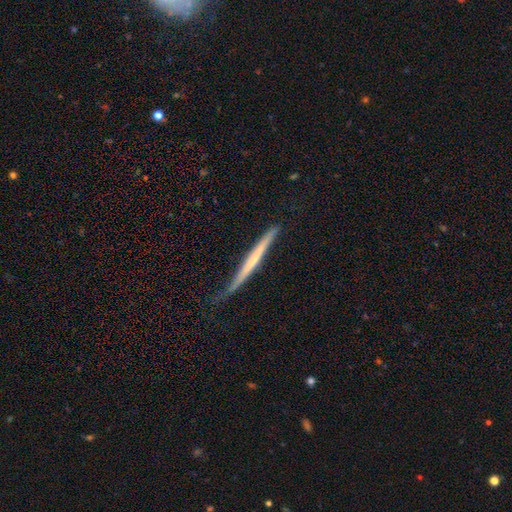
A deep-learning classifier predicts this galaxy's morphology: smooth_or_featured: featured or disk (p=0.54) [alt: smooth p=0.40]
disk_edge_on: yes (p=0.95) [alt: no p=0.05]
edge_on_bulge: none (p=0.79) [alt: rounded p=0.15]
merging: none (p=0.64) [alt: minor disturbance p=0.27]